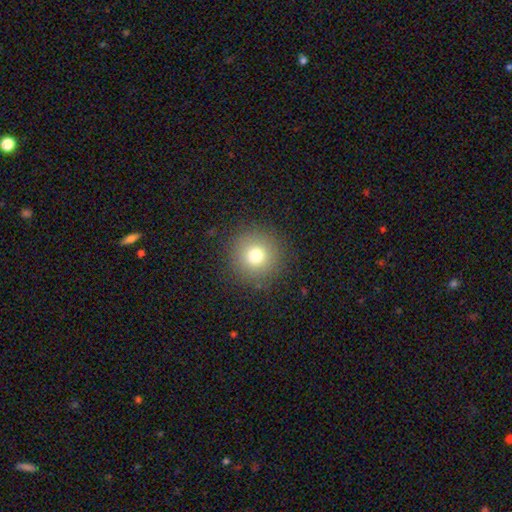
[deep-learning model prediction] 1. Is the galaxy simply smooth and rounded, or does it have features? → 75% smooth, 15% star or artifact, 10% featured or disk.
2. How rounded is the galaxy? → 96% round, 3% in between, 1% cigar-shaped.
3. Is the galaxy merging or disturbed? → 89% none, 7% minor disturbance, 3% major disturbance, 1% merger.